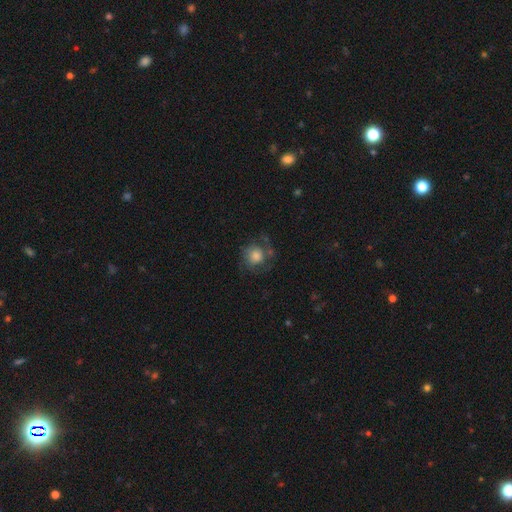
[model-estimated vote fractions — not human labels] Smooth or featured? Predicted: smooth (p=0.59). How rounded? Predicted: round (p=0.85). Merging? Predicted: none (p=0.55).